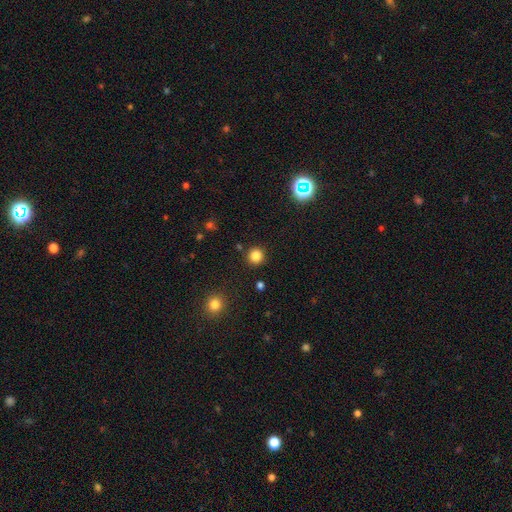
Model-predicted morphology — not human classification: smooth-or-featured: smooth: 83% | star or artifact: 13% | featured or disk: 4%
  how-rounded: round: 95% | in between: 5% | cigar-shaped: 1%
  merging: none: 90% | minor disturbance: 5% | major disturbance: 2% | merger: 2%